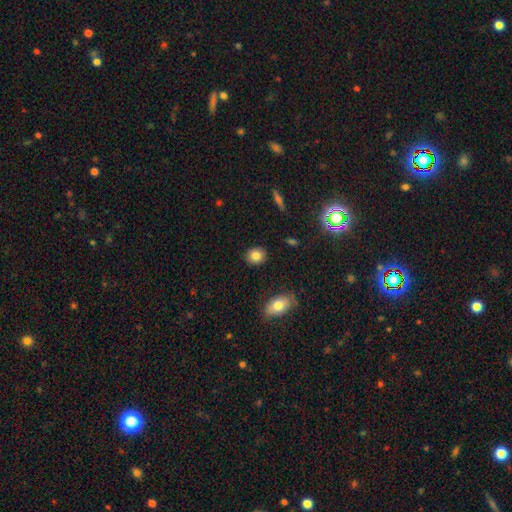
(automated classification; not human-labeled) Morphology: type=smooth (83%); roundness=round (59%); merging=none (90%).